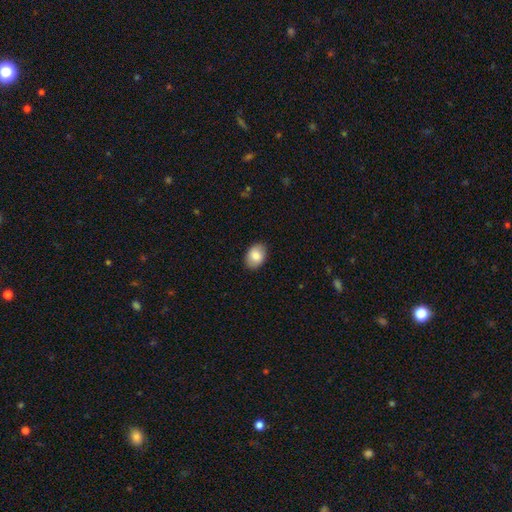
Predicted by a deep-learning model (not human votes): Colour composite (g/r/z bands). It shows a smooth galaxy with no disk features (85%) that is in between round and cigar-shaped (73%). Merging: none (89%).